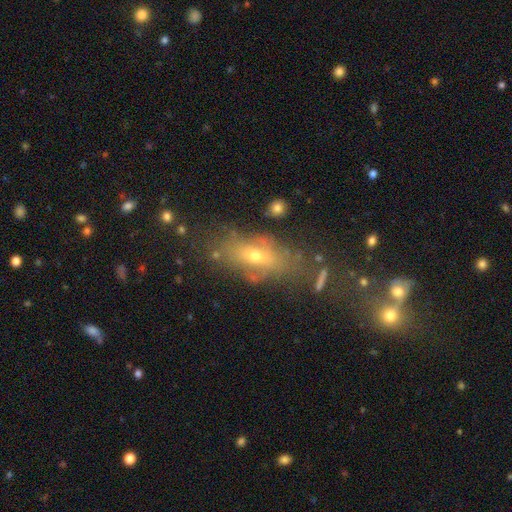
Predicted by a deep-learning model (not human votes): Smooth or featured?
  - smooth: 46% *
  - featured or disk: 38%
  - star or artifact: 15%
Merging?
  - none: 51% *
  - minor disturbance: 21%
  - major disturbance: 19%
  - merger: 9%